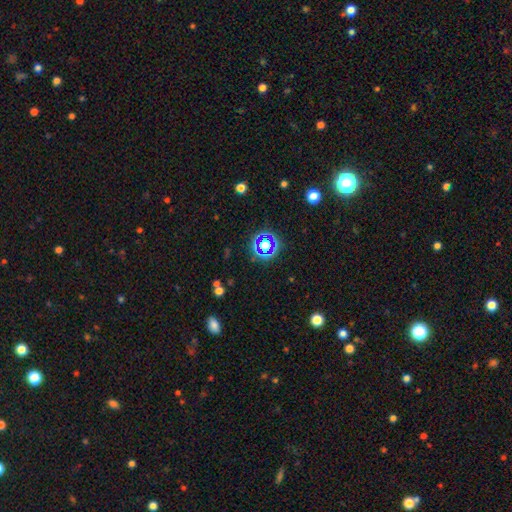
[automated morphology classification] smooth_or_featured: star or artifact (p=0.72) [alt: smooth p=0.19]